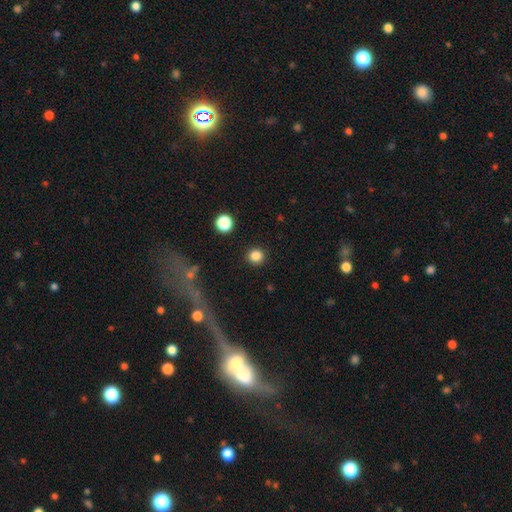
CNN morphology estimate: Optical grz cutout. It shows a smooth galaxy with no disk features (84%) that is round (91%). Merging: none (92%).